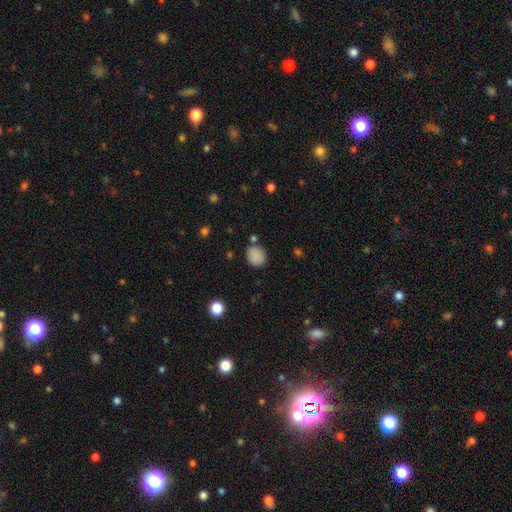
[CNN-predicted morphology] Smooth or featured? smooth (87%)
How rounded? round (73%)
Merging? none (79%)